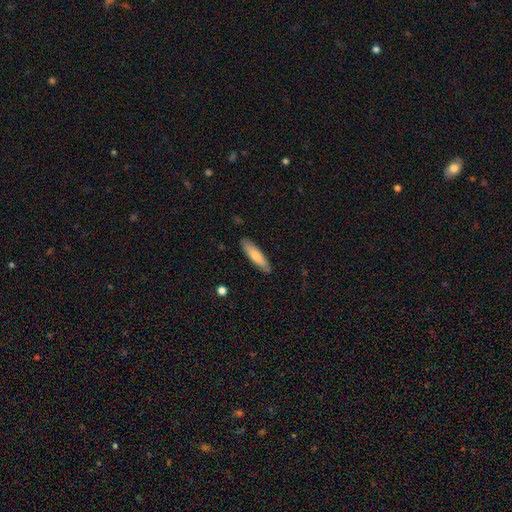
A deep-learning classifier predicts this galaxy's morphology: Smooth or featured? smooth (71%)
How rounded? cigar-shaped (71%)
Merging? none (88%)